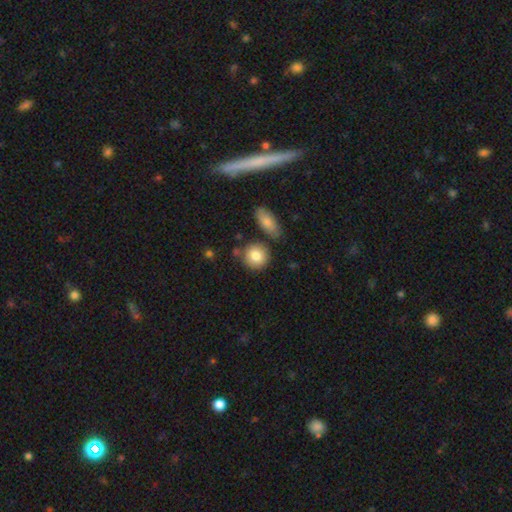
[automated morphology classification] Smooth or featured? smooth (83%)
How rounded? round (84%)
Merging? none (74%)